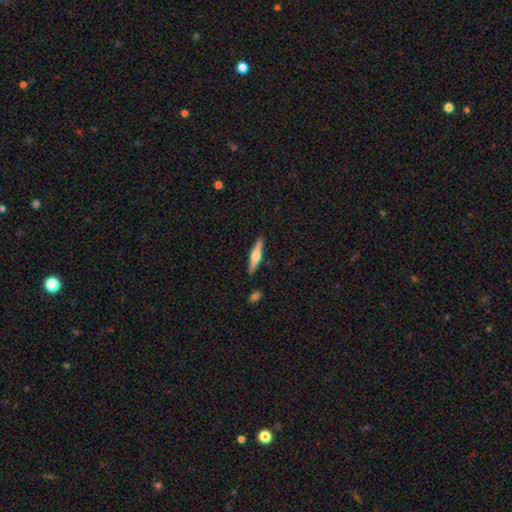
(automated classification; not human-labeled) Smooth or featured?
  - featured or disk: 51% *
  - smooth: 43%
  - star or artifact: 6%
Edge-on disk?
  - yes: 96% *
  - no: 4%
Merging?
  - none: 89% *
  - minor disturbance: 8%
  - merger: 2%
  - major disturbance: 2%